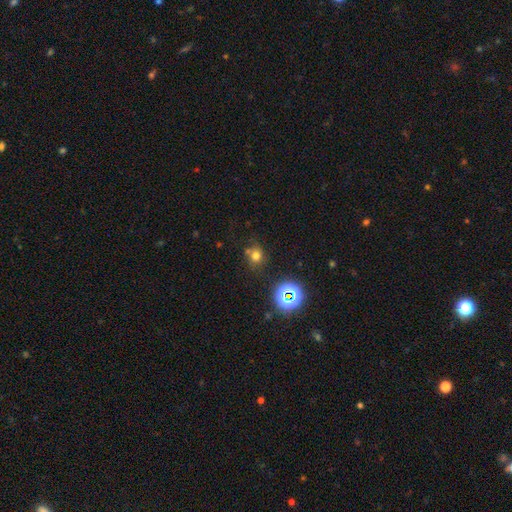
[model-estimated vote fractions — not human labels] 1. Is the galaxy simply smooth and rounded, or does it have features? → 68% smooth, 23% star or artifact, 9% featured or disk.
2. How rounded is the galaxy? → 80% round, 19% in between, 1% cigar-shaped.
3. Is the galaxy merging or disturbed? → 68% none, 15% minor disturbance, 12% merger, 5% major disturbance.